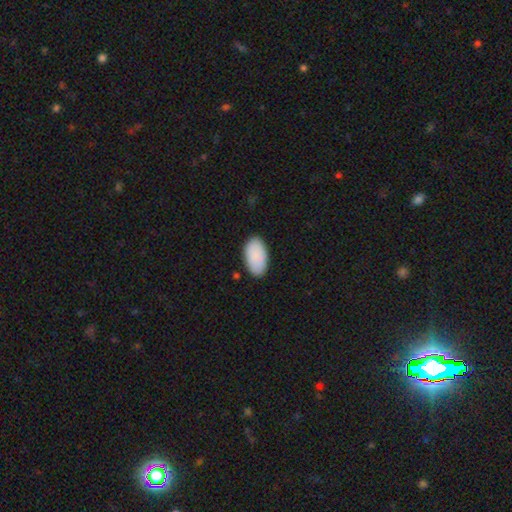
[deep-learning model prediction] Smooth or featured? Predicted: smooth (p=0.89). How rounded? Predicted: in between (p=0.96). Merging? Predicted: none (p=0.86).